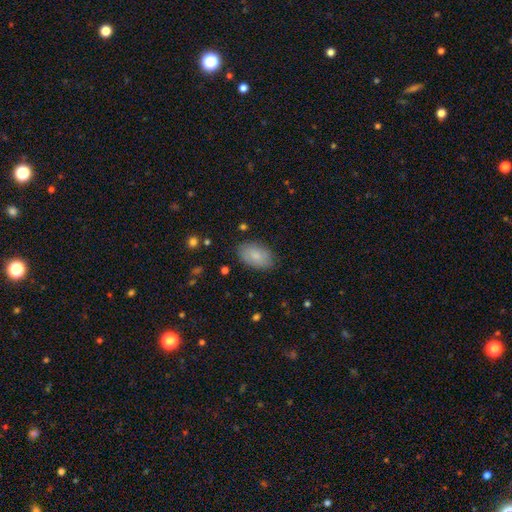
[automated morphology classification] A smooth galaxy with no disk features (83%) that is in between round and cigar-shaped (92%).

Vote fractions:
- Smooth or featured? smooth: 83% / featured or disk: 11% / star or artifact: 6%
- How rounded? in between: 92% / round: 6% / cigar-shaped: 1%
- Merging? none: 83% / minor disturbance: 13% / major disturbance: 3% / merger: 1%